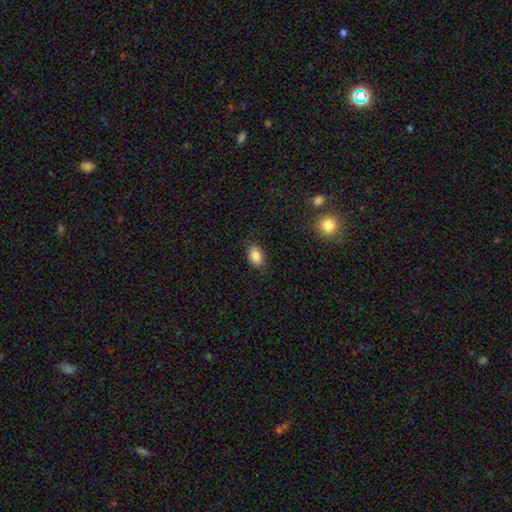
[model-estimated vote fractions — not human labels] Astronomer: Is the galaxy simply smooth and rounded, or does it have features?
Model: smooth — 85%.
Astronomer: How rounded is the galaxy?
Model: in between — 89%.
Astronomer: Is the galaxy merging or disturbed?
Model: none — 83%.